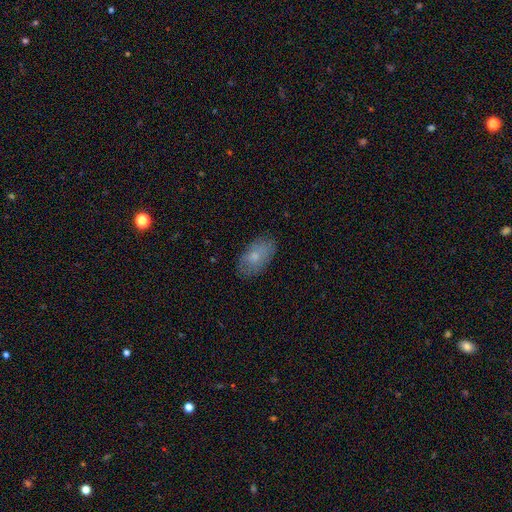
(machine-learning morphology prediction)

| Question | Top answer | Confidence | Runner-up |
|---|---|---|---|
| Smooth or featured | smooth | 71% | featured or disk (21%) |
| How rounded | in between | 92% | round (6%) |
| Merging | none | 80% | minor disturbance (16%) |